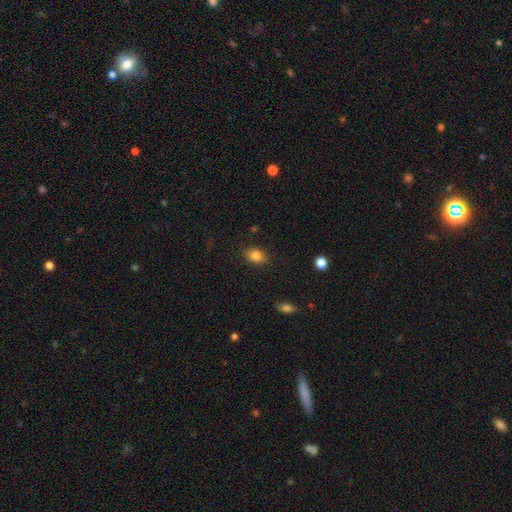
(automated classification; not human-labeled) Smooth or featured? smooth (83%)
How rounded? in between (59%)
Merging? none (85%)